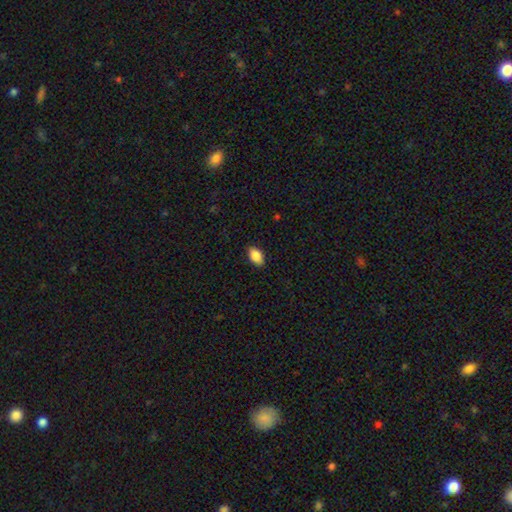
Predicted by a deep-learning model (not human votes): Q: Smooth or featured?
A: smooth (87%); runner-up: star or artifact (7%)
Q: How rounded?
A: in between (91%); runner-up: round (6%)
Q: Merging?
A: none (88%); runner-up: minor disturbance (9%)